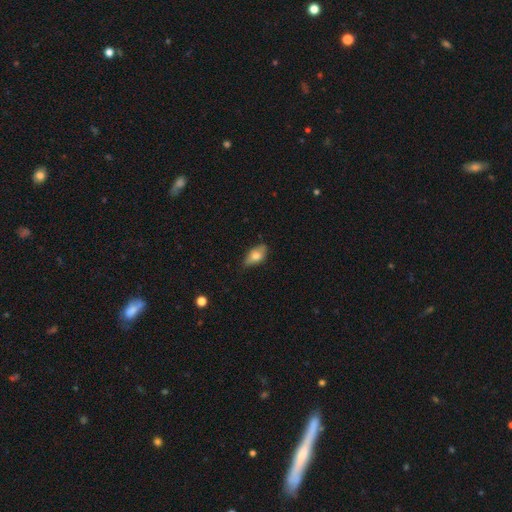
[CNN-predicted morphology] Smooth or featured? Predicted: smooth (p=0.68). How rounded? Predicted: in between (p=0.85). Merging? Predicted: none (p=0.72).